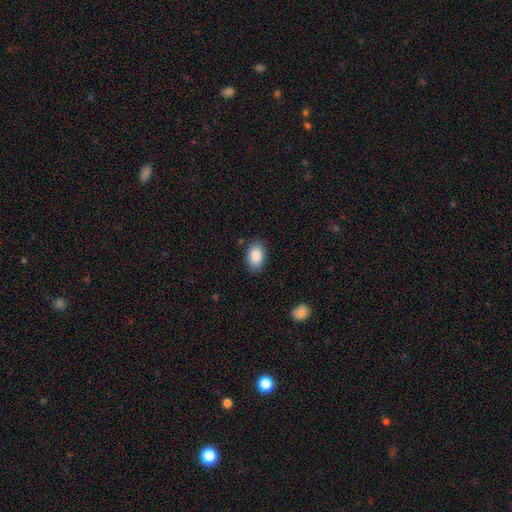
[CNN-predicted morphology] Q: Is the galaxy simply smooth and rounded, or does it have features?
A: smooth — 89%.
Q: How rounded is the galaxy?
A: in between — 88%.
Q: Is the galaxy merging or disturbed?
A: none — 84%.